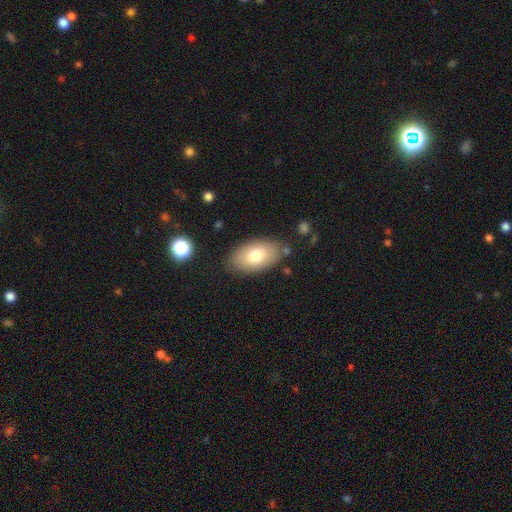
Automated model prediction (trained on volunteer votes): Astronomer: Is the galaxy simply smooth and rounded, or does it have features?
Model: smooth — 75%.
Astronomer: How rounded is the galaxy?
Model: in between — 93%.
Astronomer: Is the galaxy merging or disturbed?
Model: none — 81%.